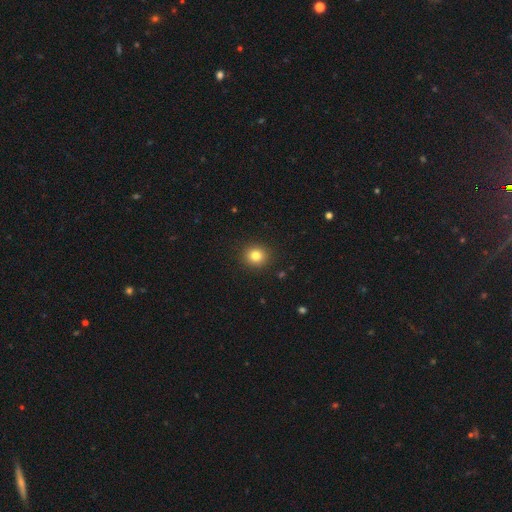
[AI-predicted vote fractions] Morphology: type=smooth (81%); roundness=round (89%); merging=none (92%).